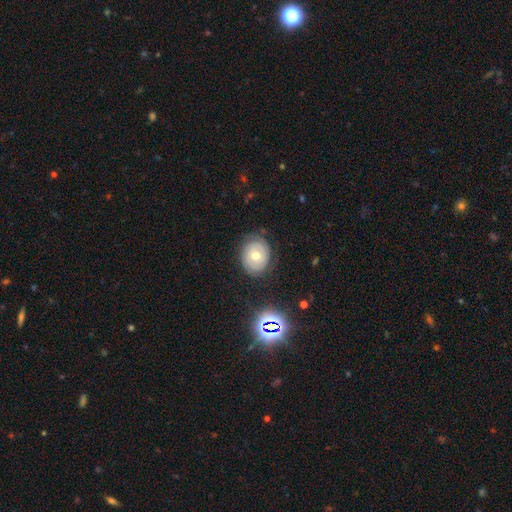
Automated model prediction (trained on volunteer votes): A featured or disk galaxy (57%) with no bar (74%), spiral arms (66%) and a moderate central bulge (76%). Merging: none (76%).